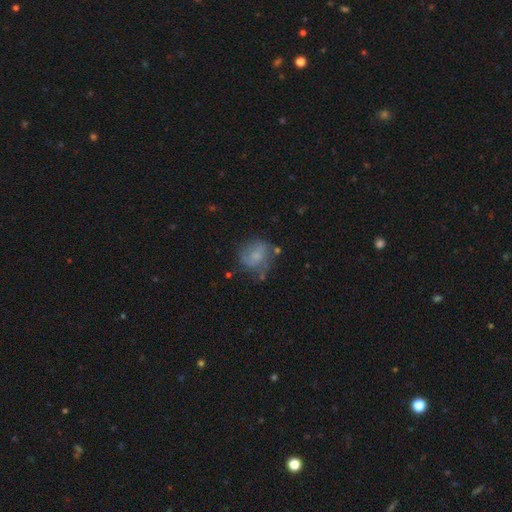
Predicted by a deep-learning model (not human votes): A smooth galaxy with no disk features (46%).

Vote fractions:
- Smooth or featured? smooth: 46% / featured or disk: 44% / star or artifact: 10%
- Merging? none: 54% / minor disturbance: 25% / major disturbance: 16% / merger: 5%